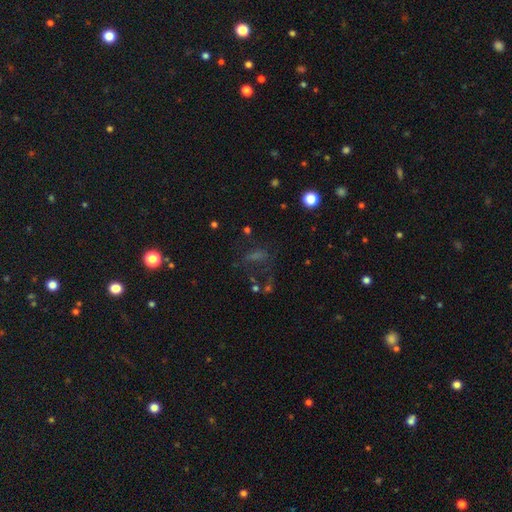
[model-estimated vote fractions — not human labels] Overall: smooth (38%; star or artifact 37%). Merging: none (47%; major disturbance 30%).